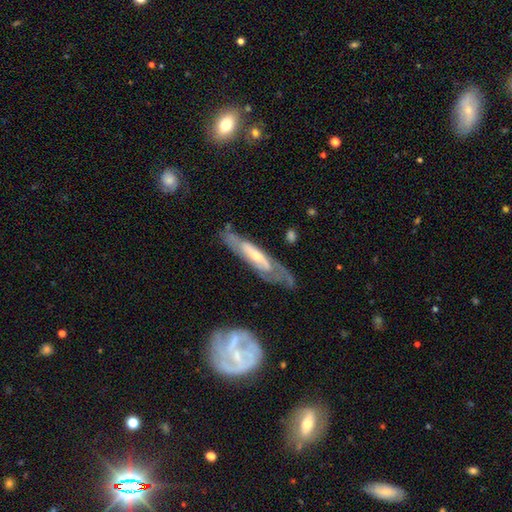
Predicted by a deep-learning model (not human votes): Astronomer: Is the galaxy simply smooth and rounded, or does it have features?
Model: featured or disk — 69%.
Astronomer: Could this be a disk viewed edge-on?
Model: no — 64%.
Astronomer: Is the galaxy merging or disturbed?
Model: none — 62%.